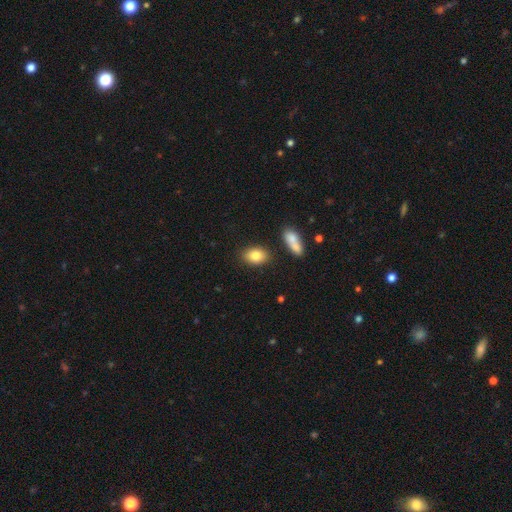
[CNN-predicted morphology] This appears to be a smooth galaxy with no disk features (83%) that is in between round and cigar-shaped (81%). Merging: none (82%).